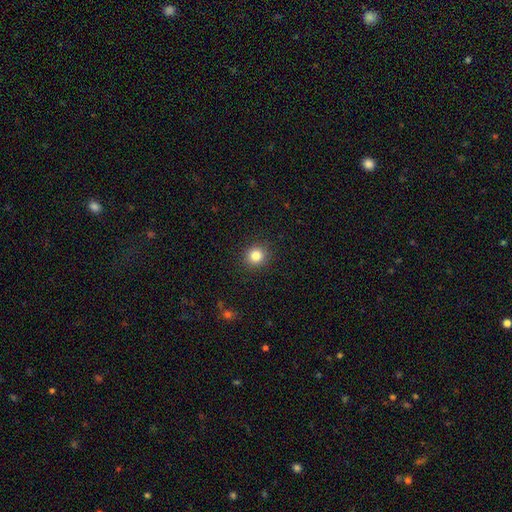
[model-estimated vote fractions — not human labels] smooth-or-featured: smooth: 83% | star or artifact: 12% | featured or disk: 5%
  how-rounded: round: 90% | in between: 9% | cigar-shaped: 1%
  merging: none: 91% | minor disturbance: 6% | major disturbance: 2% | merger: 1%